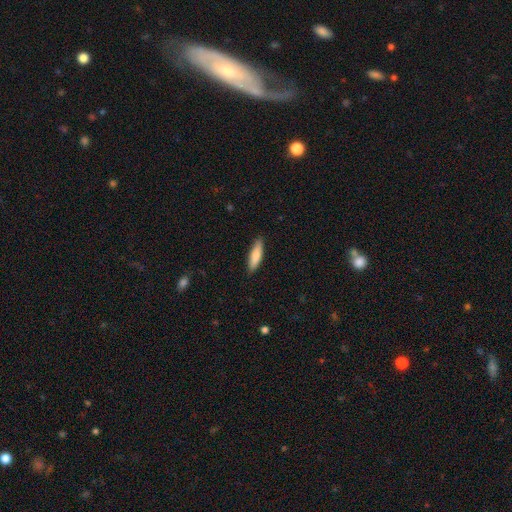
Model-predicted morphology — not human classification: Smooth or featured?
  - smooth: 80% *
  - featured or disk: 14%
  - star or artifact: 5%
How rounded?
  - cigar-shaped: 67% *
  - in between: 32%
  - round: 2%
Merging?
  - none: 88% *
  - minor disturbance: 9%
  - major disturbance: 2%
  - merger: 1%